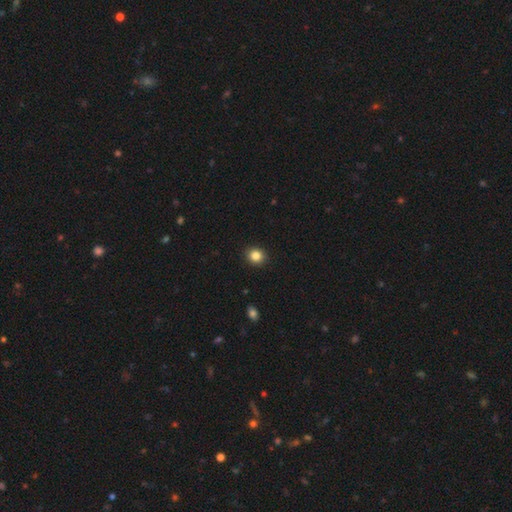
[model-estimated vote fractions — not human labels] Morphology: type=smooth (85%); roundness=round (78%); merging=none (91%).